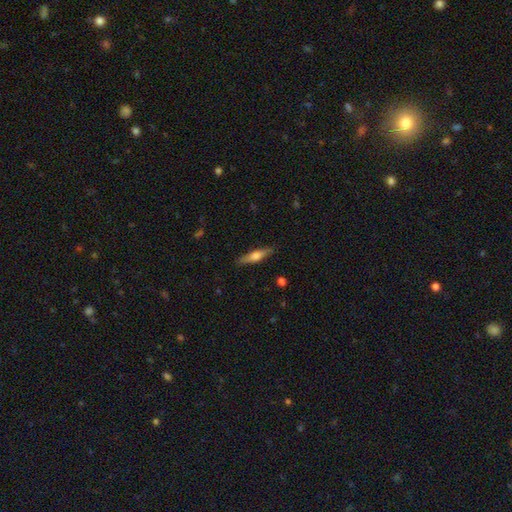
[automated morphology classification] This appears to be a featured or disk galaxy (48%). Merging: none (87%).